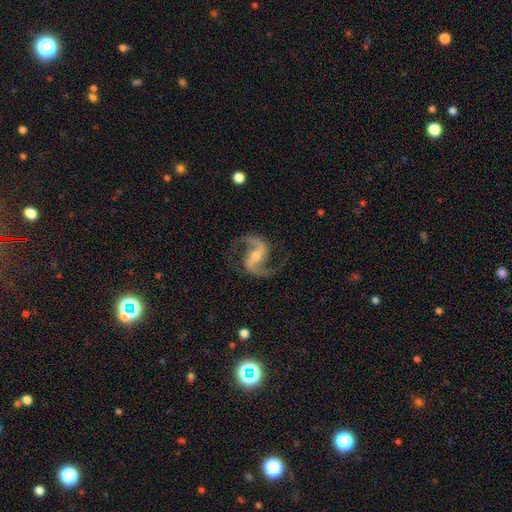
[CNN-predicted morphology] Smooth or featured? featured or disk (93%)
Edge-on disk? no (98%)
Bar? weak (42%)
Spiral arms? yes (98%)
Spiral winding? medium (55%)
Spiral arm count? 2 (95%)
Bulge size? moderate (51%)
Merging? none (82%)